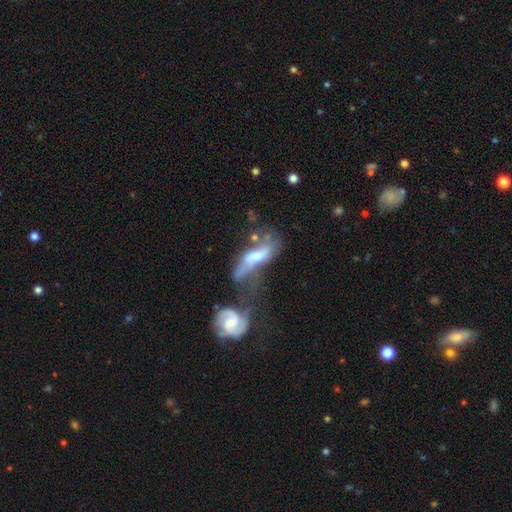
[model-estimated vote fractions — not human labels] A featured or disk galaxy (54%). Merging: merger (44%).